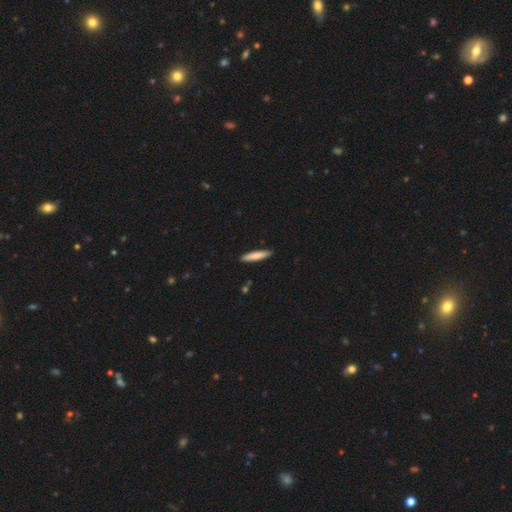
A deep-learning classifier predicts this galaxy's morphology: A smooth galaxy with no disk features (79%) that is cigar-shaped (88%). Merging: none (90%).